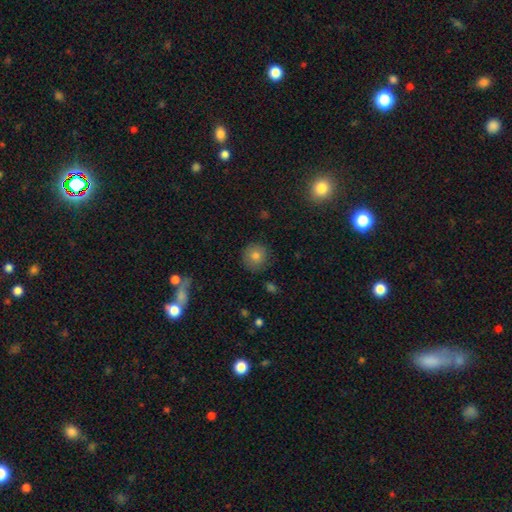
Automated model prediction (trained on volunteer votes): smooth 77%, star or artifact 12%, featured or disk 11%. Down the decision tree: how rounded — round (93%); merging — none (86%).